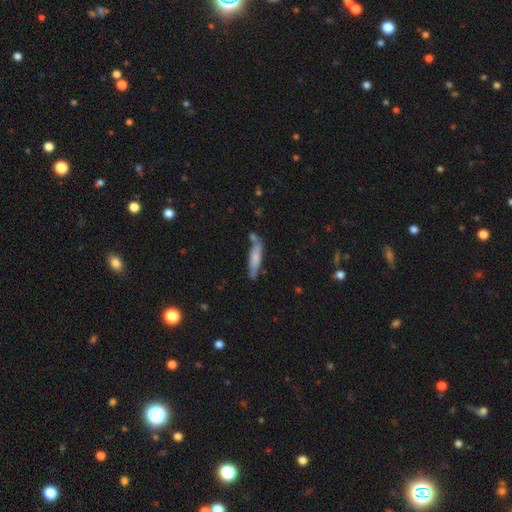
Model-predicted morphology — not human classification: The model was most divided on "smooth or featured": smooth: 59%, featured or disk: 33%, star or artifact: 7%. More confident: how rounded — cigar-shaped (79%); merging — none (65%).